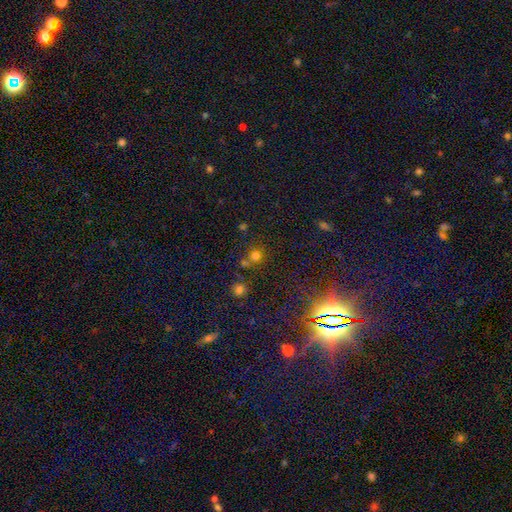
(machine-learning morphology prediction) type=smooth (65%); roundness=round (86%); merging=none (63%).